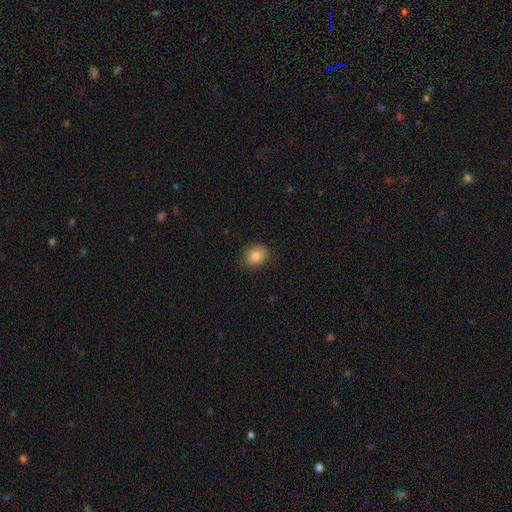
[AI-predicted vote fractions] smooth_or_featured: smooth (p=0.85) [alt: star or artifact p=0.09]
how_rounded: round (p=0.50) [alt: in between p=0.49]
merging: none (p=0.87) [alt: minor disturbance p=0.10]